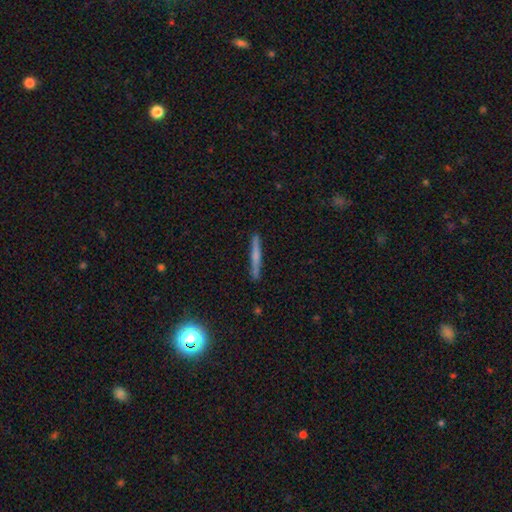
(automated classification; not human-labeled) This appears to be a smooth galaxy with no disk features (47%). Merging: none (90%).